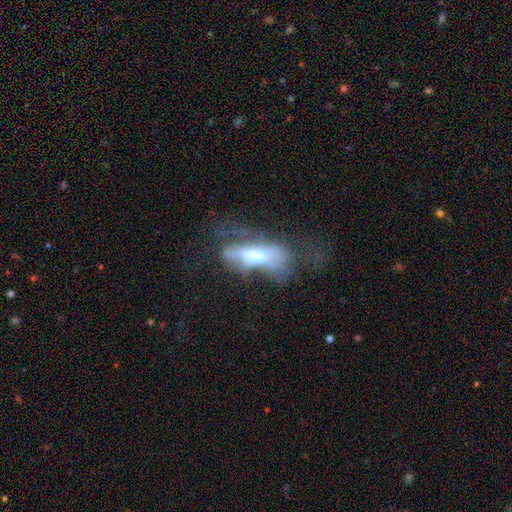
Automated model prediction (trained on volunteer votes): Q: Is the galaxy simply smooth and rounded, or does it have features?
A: featured or disk — 50%.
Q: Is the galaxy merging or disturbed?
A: major disturbance — 46%.